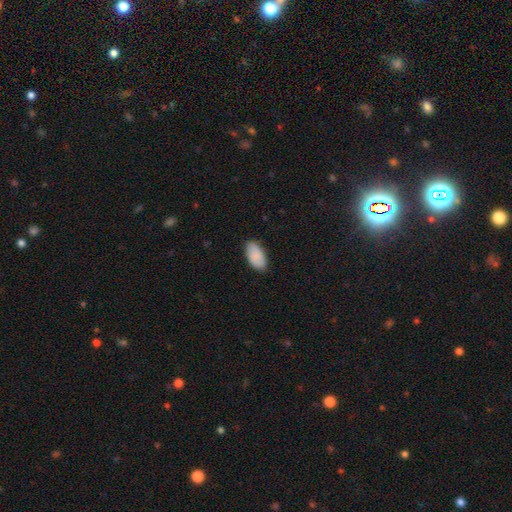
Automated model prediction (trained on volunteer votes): This appears to be a smooth galaxy with no disk features (88%) that is in between round and cigar-shaped (95%). Merging: none (84%).